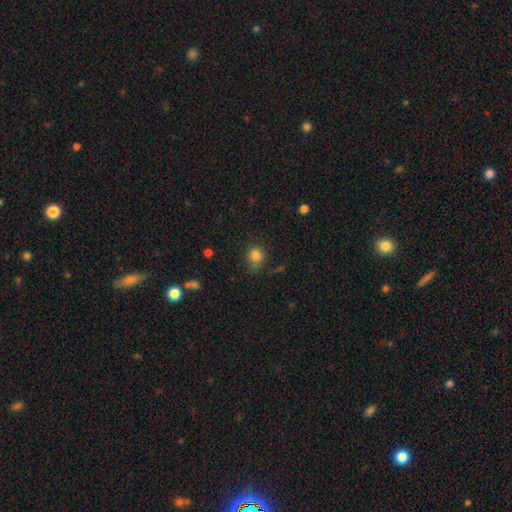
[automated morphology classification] Overall: smooth (82%). How rounded: round (62%; in between 37%). Merging: none (65%).